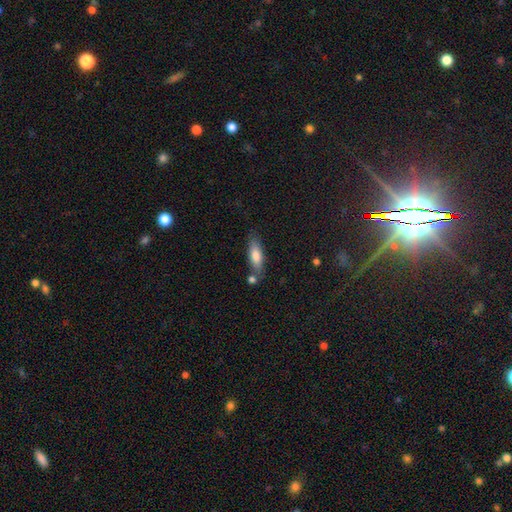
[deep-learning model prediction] The model was most divided on "how rounded": in between: 51%, cigar-shaped: 47%, round: 2%. More confident: smooth or featured — smooth (76%); merging — none (68%).